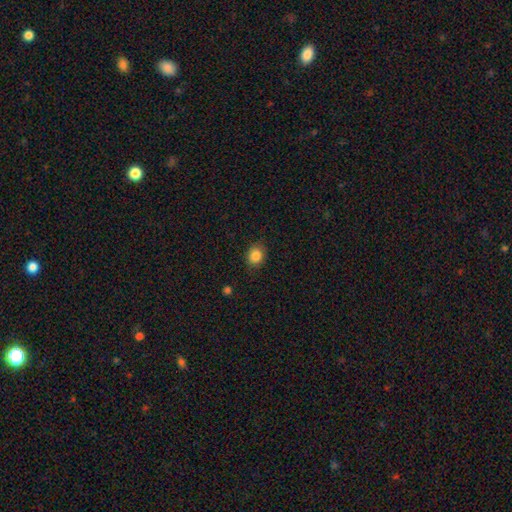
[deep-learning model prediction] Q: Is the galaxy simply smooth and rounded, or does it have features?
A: smooth — 85%.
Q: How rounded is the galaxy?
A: round — 64%.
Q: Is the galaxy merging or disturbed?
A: none — 84%.